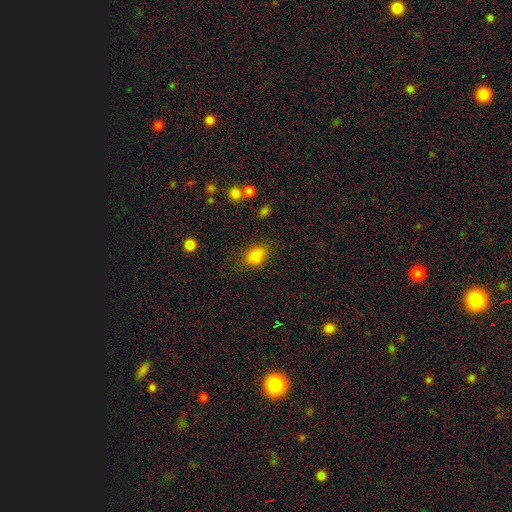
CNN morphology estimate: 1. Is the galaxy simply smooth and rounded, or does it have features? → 84% smooth, 10% star or artifact, 6% featured or disk.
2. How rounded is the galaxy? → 69% in between, 30% round, 1% cigar-shaped.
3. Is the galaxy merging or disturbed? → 77% none, 16% minor disturbance, 5% major disturbance, 2% merger.